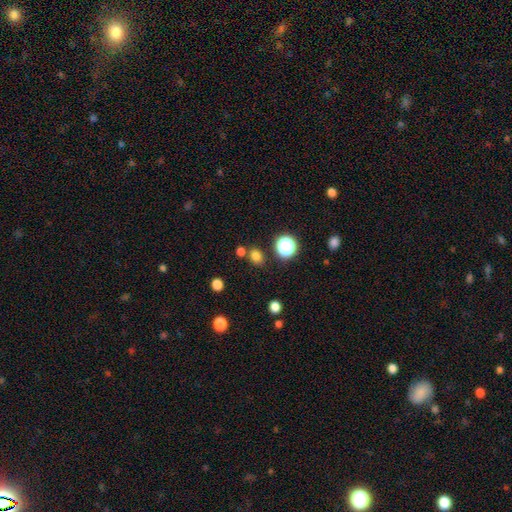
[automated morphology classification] This appears to be a smooth galaxy with no disk features (76%) that is round (56%). Merging: none (73%).